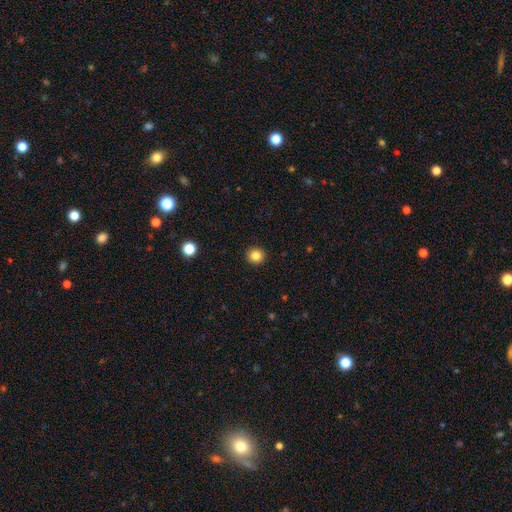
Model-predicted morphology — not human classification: Smooth or featured: smooth — 84% (star or artifact — 11%)
How rounded: round — 92% (in between — 7%)
Merging: none — 93% (minor disturbance — 5%)